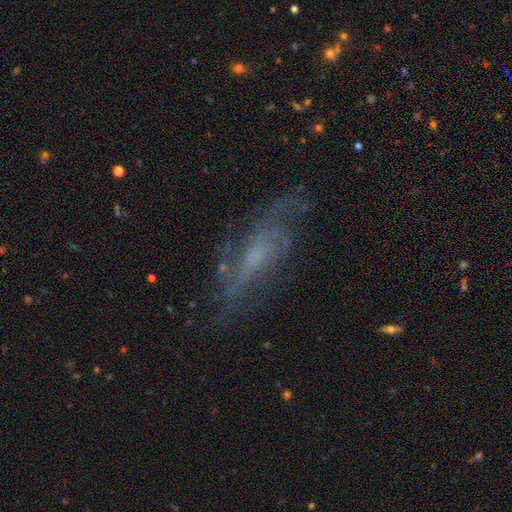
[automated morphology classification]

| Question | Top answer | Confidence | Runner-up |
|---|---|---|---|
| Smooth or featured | featured or disk | 67% | smooth (20%) |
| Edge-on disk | no | 77% | yes (23%) |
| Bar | no | 56% | weak (34%) |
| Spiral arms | yes | 78% | no (22%) |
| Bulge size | small | 39% | moderate (28%) |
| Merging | none | 65% | minor disturbance (20%) |